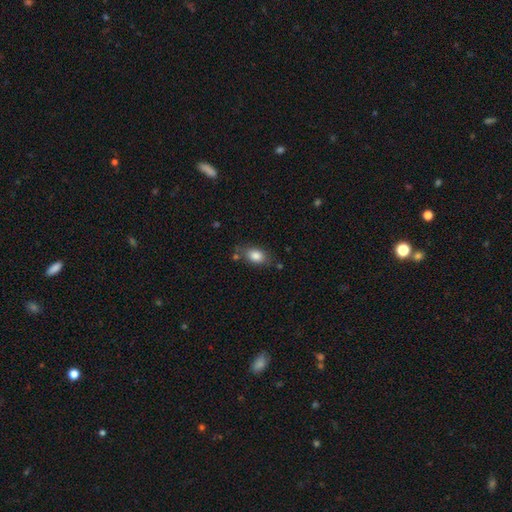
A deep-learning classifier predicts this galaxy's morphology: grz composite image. It shows a smooth galaxy with no disk features (83%) that is in between round and cigar-shaped (83%). Merging: none (70%).